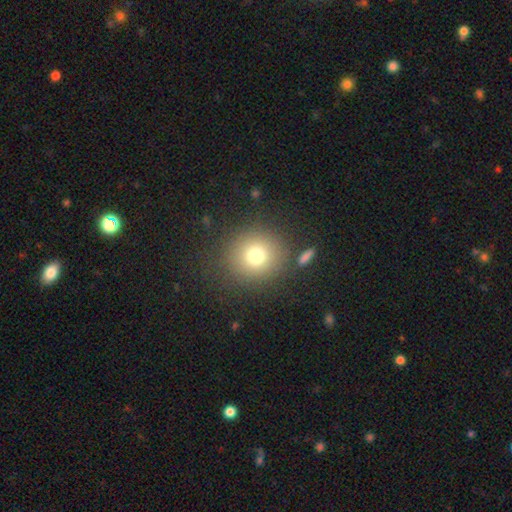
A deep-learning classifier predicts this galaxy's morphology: The model was most divided on "smooth or featured": smooth: 75%, star or artifact: 14%, featured or disk: 10%. More confident: how rounded — round (91%); merging — none (83%).